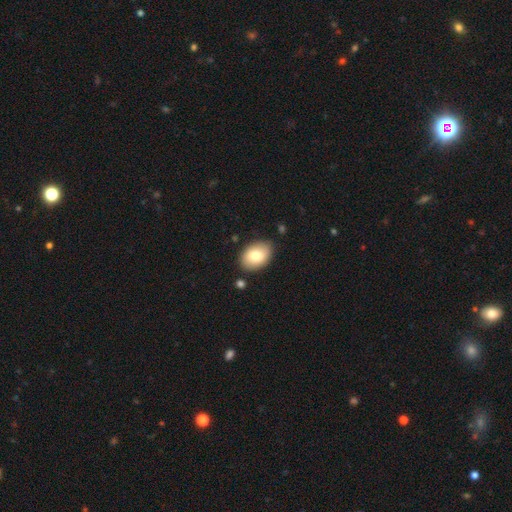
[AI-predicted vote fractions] Morphology: type=smooth (79%); roundness=in between (84%); merging=none (84%).